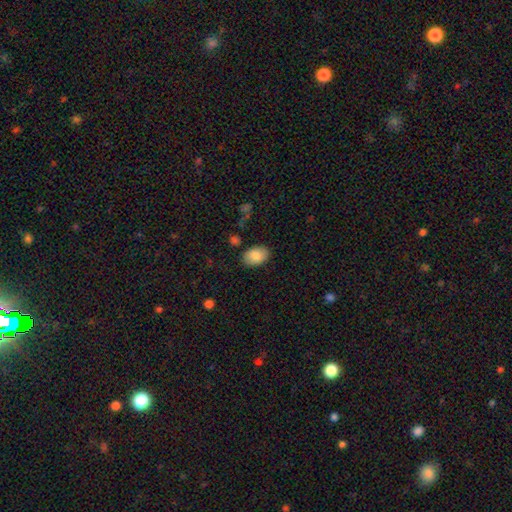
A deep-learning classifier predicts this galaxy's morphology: Q: Smooth or featured?
A: smooth (86%); runner-up: featured or disk (7%)
Q: How rounded?
A: in between (87%); runner-up: round (12%)
Q: Merging?
A: none (85%); runner-up: minor disturbance (10%)